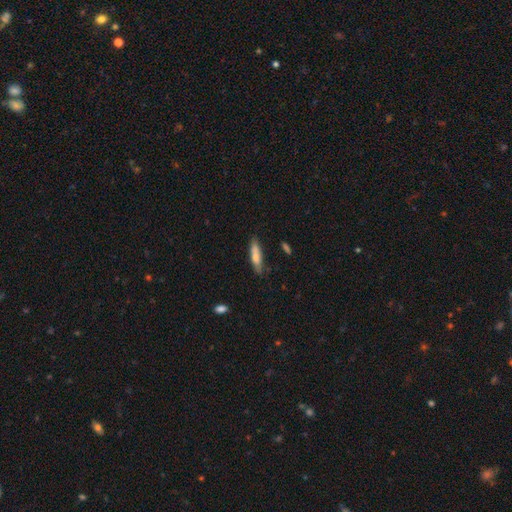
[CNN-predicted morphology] smooth_or_featured: smooth (p=0.71) [alt: featured or disk p=0.23]
how_rounded: cigar-shaped (p=0.77) [alt: in between p=0.22]
merging: none (p=0.79) [alt: minor disturbance p=0.16]